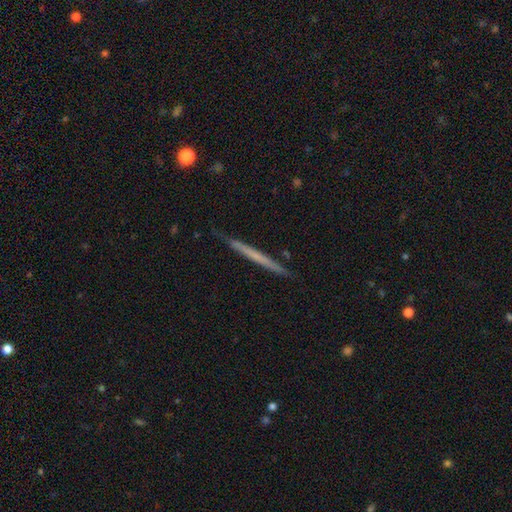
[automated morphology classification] type=featured or disk (51%); edge-on=yes (97%); merging=none (88%).